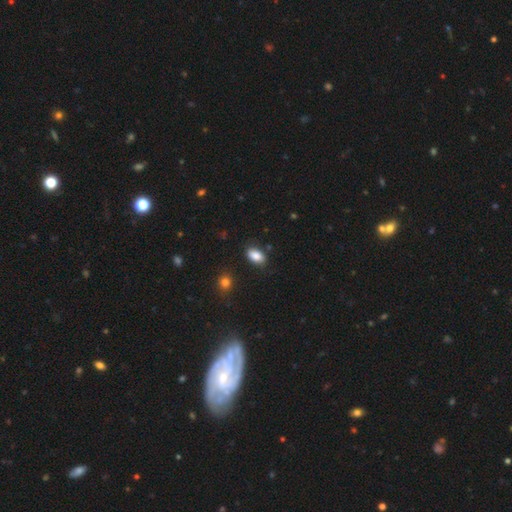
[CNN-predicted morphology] type=smooth (87%); roundness=in between (91%); merging=none (84%).